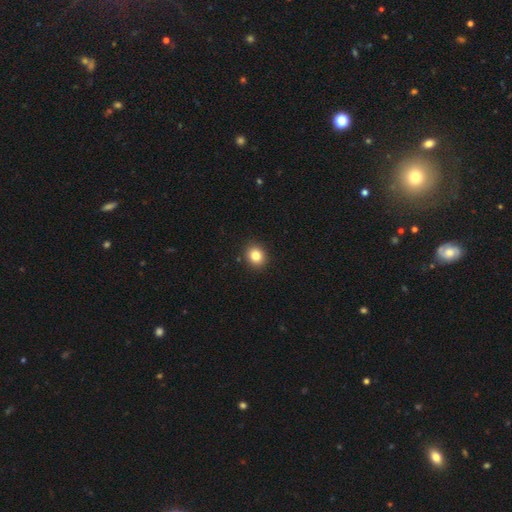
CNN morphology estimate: smooth 83%, star or artifact 11%, featured or disk 7%. Down the decision tree: how rounded — round (74%); merging — none (91%).